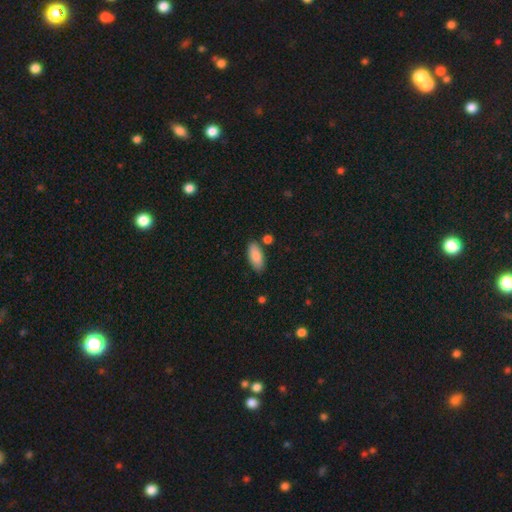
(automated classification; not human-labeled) smooth_or_featured: smooth (p=0.88) [alt: star or artifact p=0.06]
how_rounded: in between (p=0.87) [alt: cigar-shaped p=0.11]
merging: none (p=0.80) [alt: minor disturbance p=0.13]